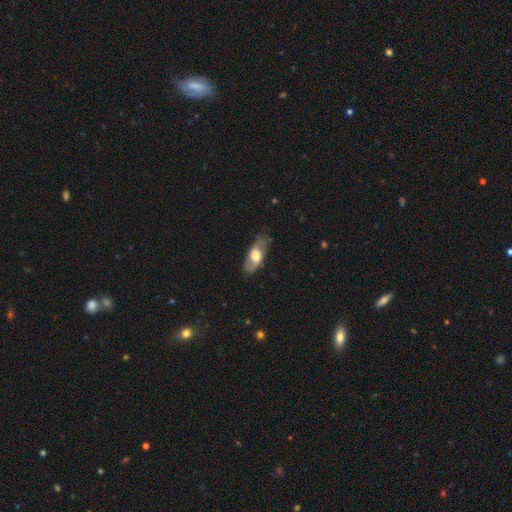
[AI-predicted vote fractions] A featured or disk galaxy (52%). Merging: none (76%).